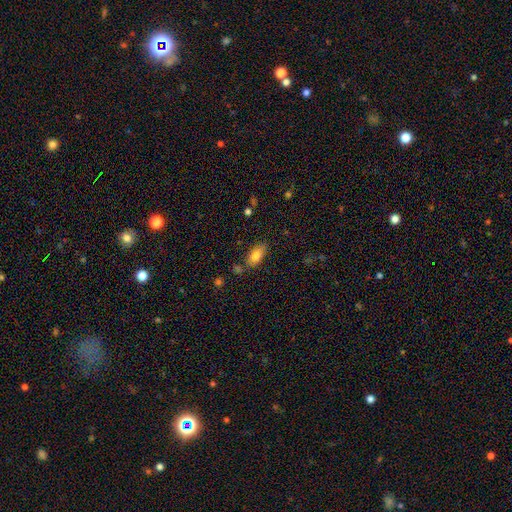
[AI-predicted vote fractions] This is likely a smooth galaxy (79%). How rounded: clearly in between (88%). Merging: likely none (76%).